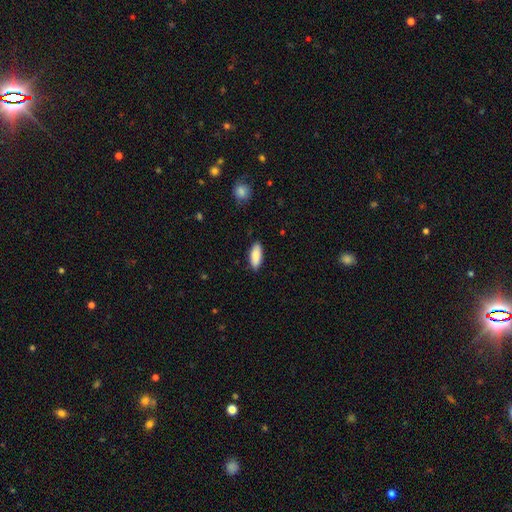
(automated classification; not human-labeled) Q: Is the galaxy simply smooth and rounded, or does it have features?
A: smooth — 88%.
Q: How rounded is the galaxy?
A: in between — 80%.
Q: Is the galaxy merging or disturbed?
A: none — 88%.